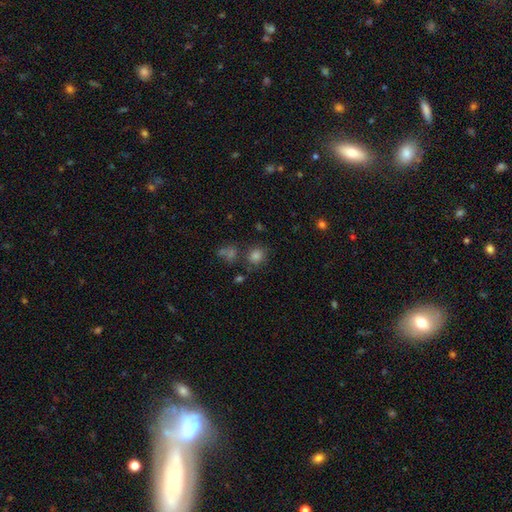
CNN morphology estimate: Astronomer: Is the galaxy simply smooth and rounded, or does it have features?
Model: smooth — 73%.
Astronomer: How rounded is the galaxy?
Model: round — 80%.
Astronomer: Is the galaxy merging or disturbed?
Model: none — 75%.